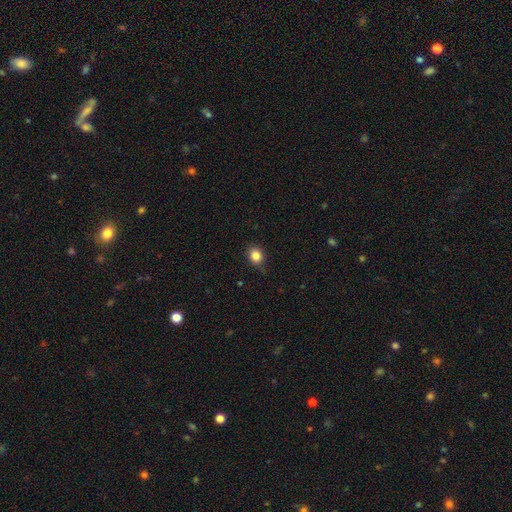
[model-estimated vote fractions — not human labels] Q: Smooth or featured?
A: smooth (85%); runner-up: star or artifact (10%)
Q: How rounded?
A: round (64%); runner-up: in between (35%)
Q: Merging?
A: none (80%); runner-up: minor disturbance (16%)